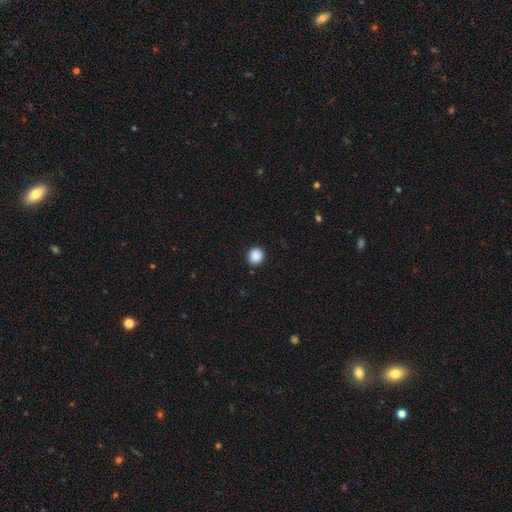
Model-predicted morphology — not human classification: Overall: smooth (89%). How rounded: round (90%). Merging: none (91%).